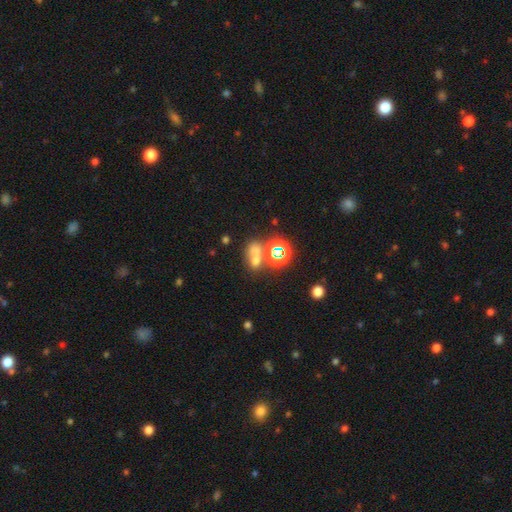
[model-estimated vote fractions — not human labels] Q: Smooth or featured?
A: smooth (54%); runner-up: star or artifact (33%)
Q: How rounded?
A: round (54%); runner-up: in between (43%)
Q: Merging?
A: merger (44%); runner-up: none (39%)